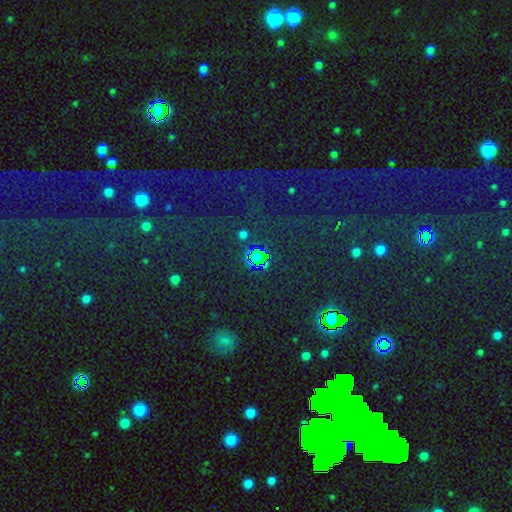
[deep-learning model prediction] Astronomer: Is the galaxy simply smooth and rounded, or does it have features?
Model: star or artifact — 75%.